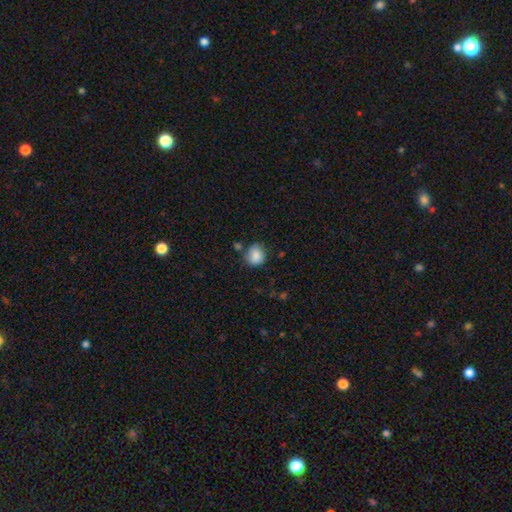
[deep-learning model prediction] smooth_or_featured: smooth (p=0.85) [alt: star or artifact p=0.08]
how_rounded: round (p=0.74) [alt: in between p=0.25]
merging: none (p=0.66) [alt: minor disturbance p=0.21]